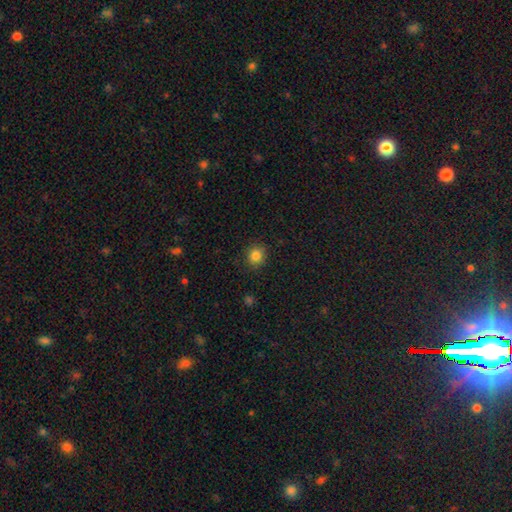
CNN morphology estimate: A smooth galaxy with no disk features (84%) that is round (84%).

Vote fractions:
- Smooth or featured? smooth: 84% / star or artifact: 11% / featured or disk: 5%
- How rounded? round: 84% / in between: 15% / cigar-shaped: 1%
- Merging? none: 88% / minor disturbance: 8% / major disturbance: 2% / merger: 1%